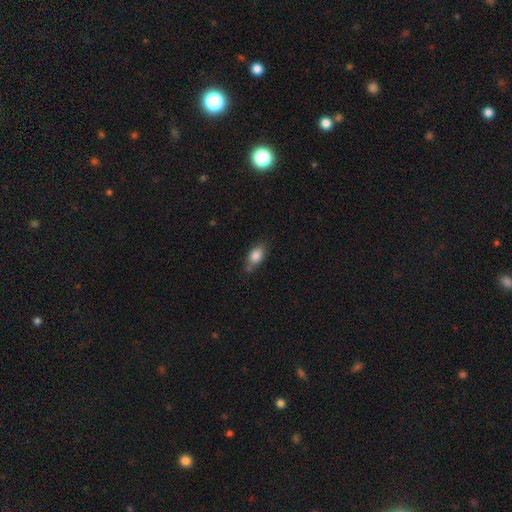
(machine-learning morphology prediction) This appears to be a smooth galaxy with no disk features (83%) that is in between round and cigar-shaped (85%). Merging: none (65%).